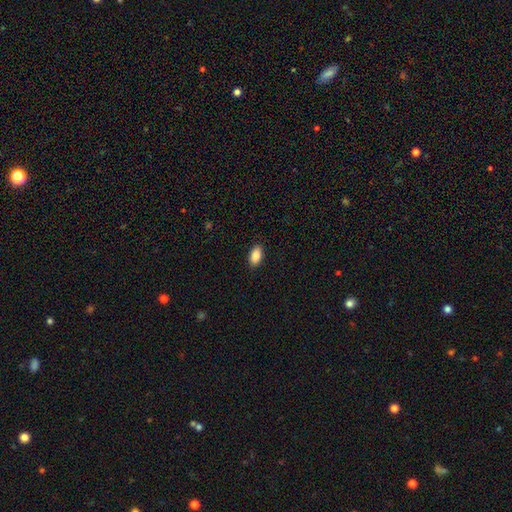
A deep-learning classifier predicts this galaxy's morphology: A smooth galaxy with no disk features (88%) that is in between round and cigar-shaped (93%). Merging: none (90%).